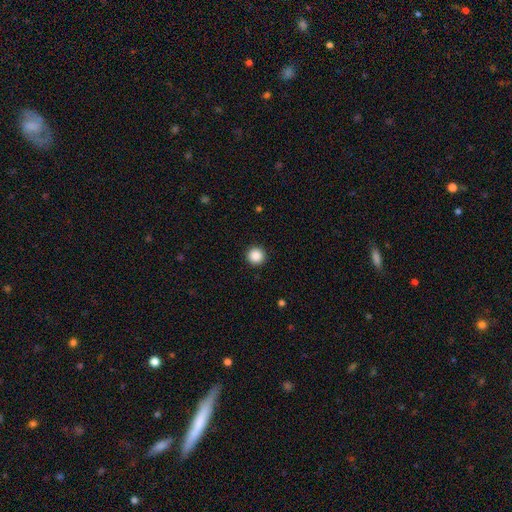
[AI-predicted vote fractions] A smooth galaxy with no disk features (88%) that is round (96%). Merging: none (93%).